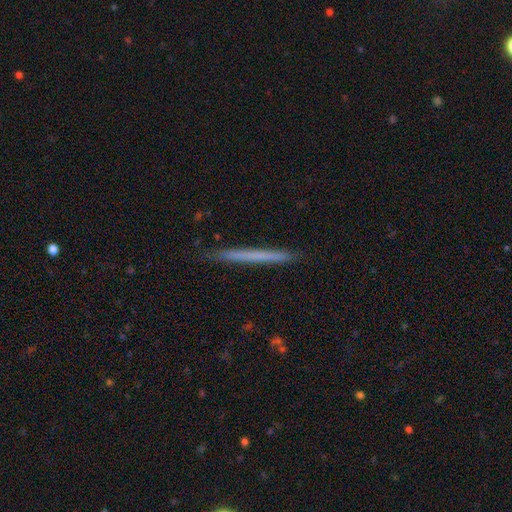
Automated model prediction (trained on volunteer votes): smooth_or_featured: smooth (p=0.53) [alt: featured or disk p=0.40]
how_rounded: cigar-shaped (p=0.97) [alt: in between p=0.01]
merging: none (p=0.90) [alt: minor disturbance p=0.07]